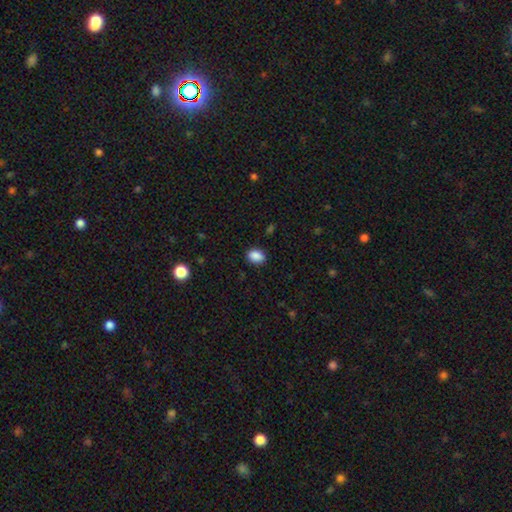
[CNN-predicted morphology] Smooth or featured: smooth — 88% (star or artifact — 9%)
How rounded: in between — 72% (round — 27%)
Merging: none — 87% (minor disturbance — 9%)